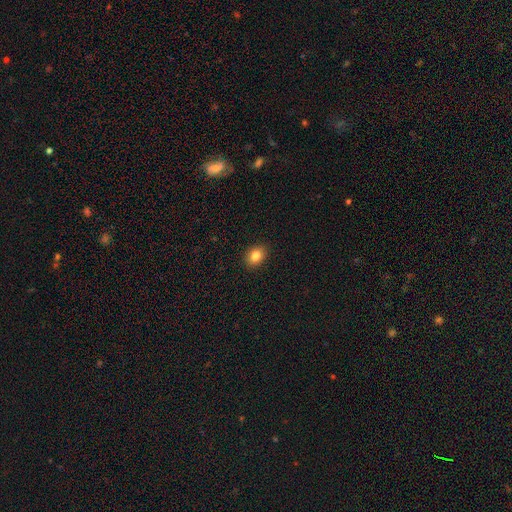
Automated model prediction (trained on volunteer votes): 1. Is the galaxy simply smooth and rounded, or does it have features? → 83% smooth, 10% star or artifact, 7% featured or disk.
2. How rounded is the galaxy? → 61% in between, 38% round, 1% cigar-shaped.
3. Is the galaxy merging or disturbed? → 90% none, 7% minor disturbance, 2% major disturbance, 1% merger.